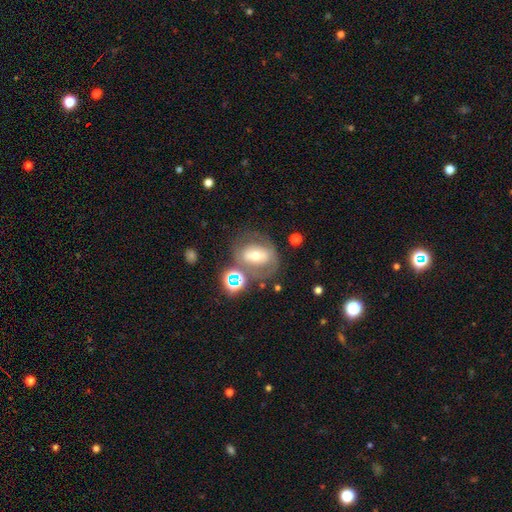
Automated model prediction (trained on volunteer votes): Smooth or featured?
  - featured or disk: 50% *
  - smooth: 36%
  - star or artifact: 13%
Edge-on disk?
  - no: 92% *
  - yes: 8%
Merging?
  - none: 53% *
  - minor disturbance: 18%
  - major disturbance: 15%
  - merger: 14%